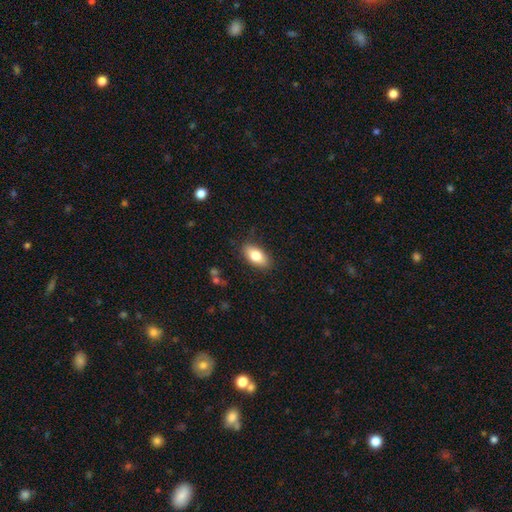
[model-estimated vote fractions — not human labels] The model was most divided on "smooth or featured": smooth: 79%, featured or disk: 14%, star or artifact: 7%. More confident: how rounded — in between (90%); merging — none (84%).